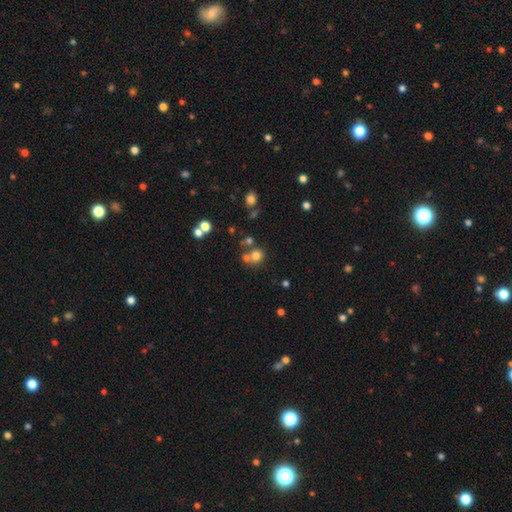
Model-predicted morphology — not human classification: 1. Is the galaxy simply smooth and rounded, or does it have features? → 71% smooth, 18% star or artifact, 12% featured or disk.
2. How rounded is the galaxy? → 87% round, 12% in between, 1% cigar-shaped.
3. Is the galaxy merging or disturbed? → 56% none, 31% merger, 8% minor disturbance, 4% major disturbance.